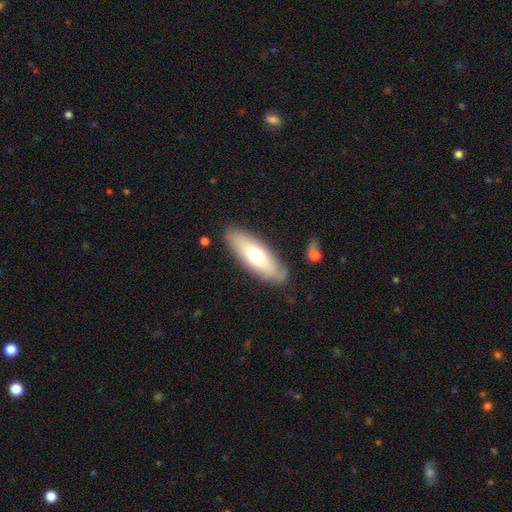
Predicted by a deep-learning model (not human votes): Smooth or featured: smooth — 63% (featured or disk — 30%)
How rounded: in between — 63% (cigar-shaped — 35%)
Merging: none — 83% (minor disturbance — 11%)